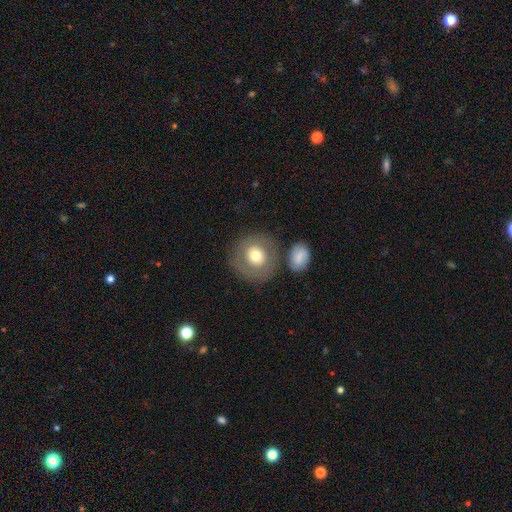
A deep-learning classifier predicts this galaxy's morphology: This is likely a smooth galaxy (65%). How rounded: clearly round (88%). Merging: likely none (75%).